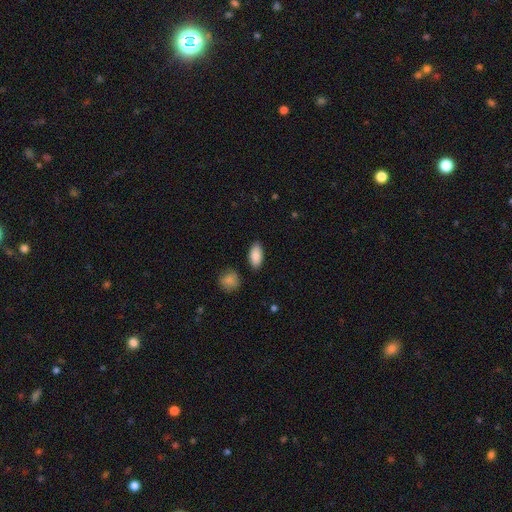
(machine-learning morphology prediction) type=smooth (89%); roundness=in between (91%); merging=none (86%).